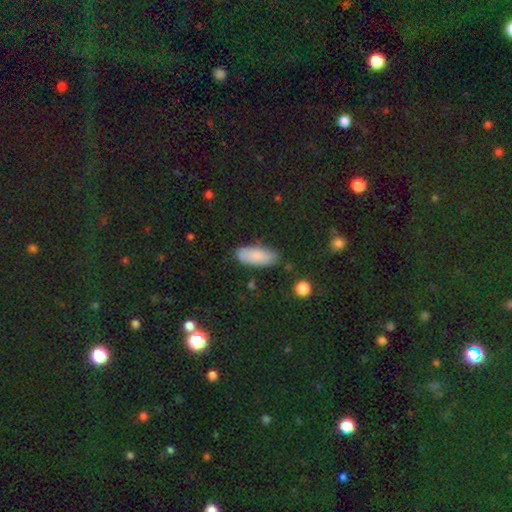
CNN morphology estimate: The model was most divided on "merging": none: 79%, minor disturbance: 15%, major disturbance: 4%, merger: 3%. More confident: smooth or featured — smooth (83%); how rounded — in between (82%).